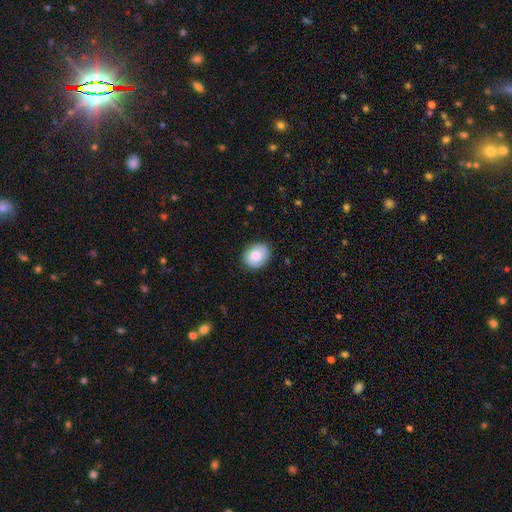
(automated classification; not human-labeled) Smooth or featured?
  - smooth: 80% *
  - featured or disk: 13%
  - star or artifact: 7%
How rounded?
  - in between: 55% *
  - round: 44%
  - cigar-shaped: 1%
Merging?
  - none: 85% *
  - minor disturbance: 12%
  - major disturbance: 2%
  - merger: 1%